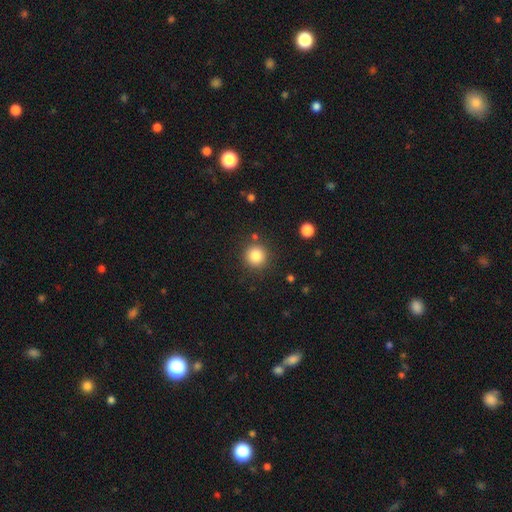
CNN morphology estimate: Smooth or featured? smooth (84%)
How rounded? round (94%)
Merging? none (86%)